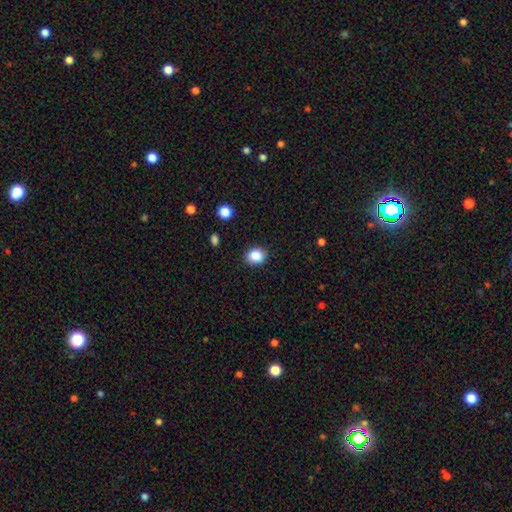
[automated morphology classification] Smooth or featured?
  - smooth: 86% *
  - star or artifact: 10%
  - featured or disk: 4%
How rounded?
  - round: 62% *
  - in between: 37%
  - cigar-shaped: 1%
Merging?
  - none: 88% *
  - minor disturbance: 9%
  - major disturbance: 2%
  - merger: 1%